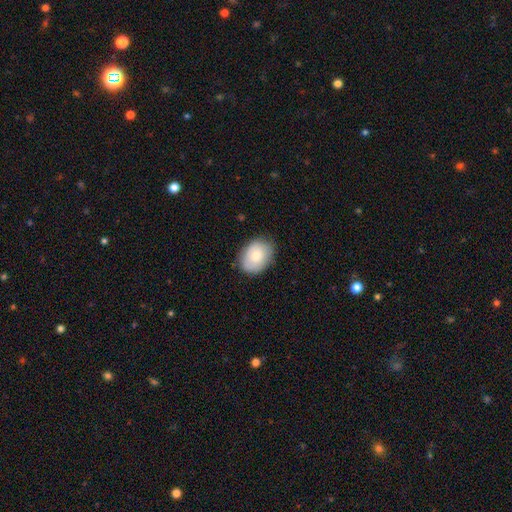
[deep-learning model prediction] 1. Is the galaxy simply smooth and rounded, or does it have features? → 78% smooth, 16% featured or disk, 6% star or artifact.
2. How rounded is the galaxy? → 70% in between, 29% round, 1% cigar-shaped.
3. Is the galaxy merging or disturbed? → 80% none, 16% minor disturbance, 3% major disturbance, 1% merger.